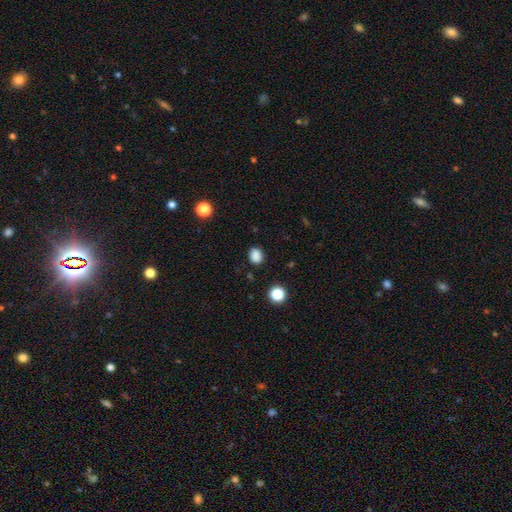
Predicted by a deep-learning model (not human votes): This is clearly a smooth galaxy (85%). How rounded: possibly round (52%). Merging: clearly none (84%).